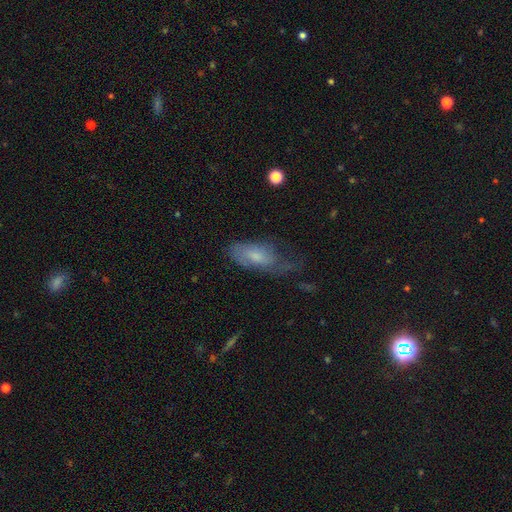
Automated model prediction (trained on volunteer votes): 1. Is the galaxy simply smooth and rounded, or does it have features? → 56% smooth, 35% featured or disk, 8% star or artifact.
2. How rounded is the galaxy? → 82% in between, 16% cigar-shaped, 3% round.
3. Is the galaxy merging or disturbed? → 34% none, 32% minor disturbance, 31% major disturbance, 2% merger.